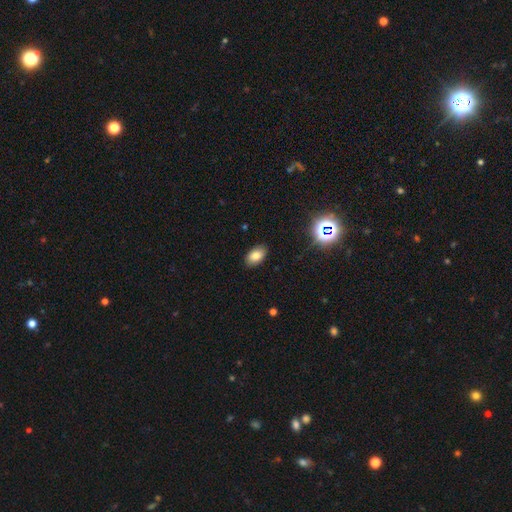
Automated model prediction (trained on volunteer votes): A smooth galaxy with no disk features (82%) that is in between round and cigar-shaped (92%). Merging: none (87%).